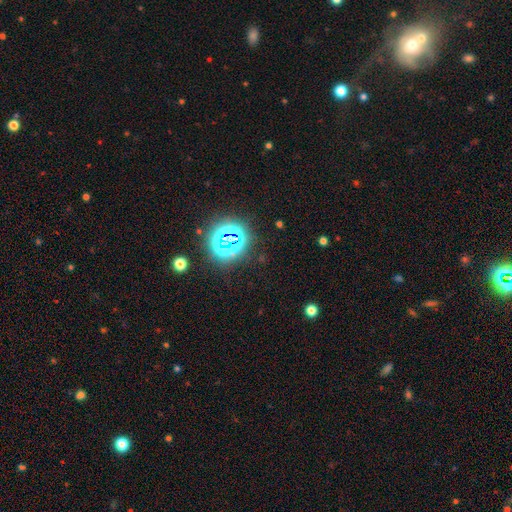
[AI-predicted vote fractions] Smooth or featured? star or artifact (79%)